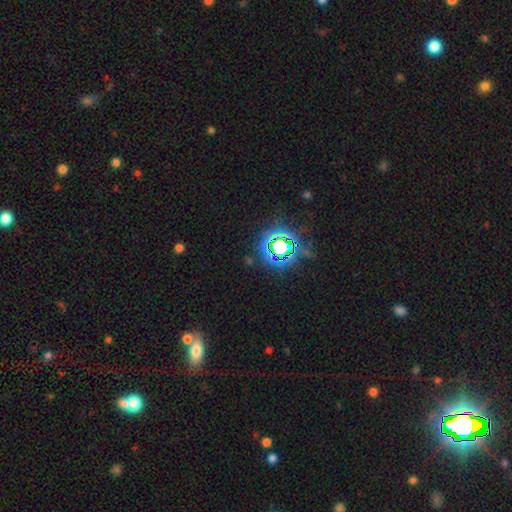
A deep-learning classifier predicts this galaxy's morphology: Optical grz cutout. It shows a star or artifact, not a galaxy (77%).